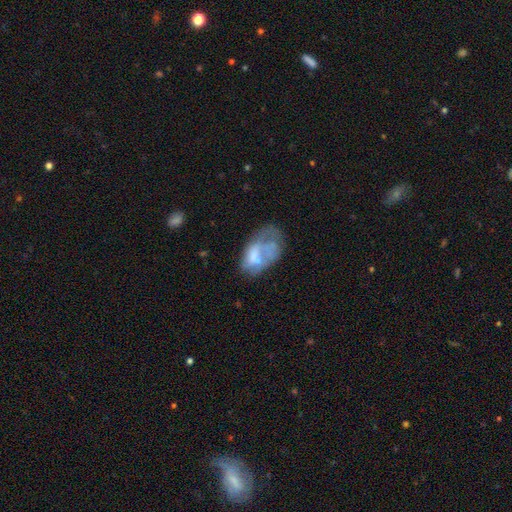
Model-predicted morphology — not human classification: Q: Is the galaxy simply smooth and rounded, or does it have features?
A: smooth — 47%.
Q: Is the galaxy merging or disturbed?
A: major disturbance — 35%.